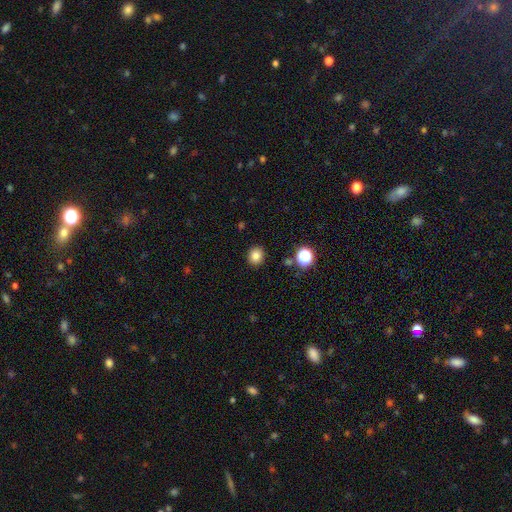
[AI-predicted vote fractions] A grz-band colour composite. It shows a smooth galaxy with no disk features (82%) that is round (77%). Merging: none (90%).